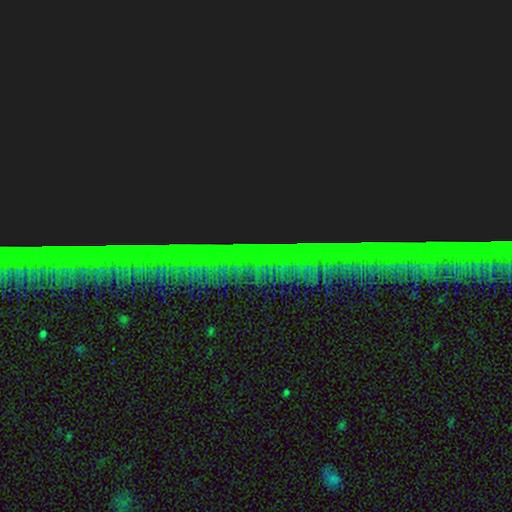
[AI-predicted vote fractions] This is clearly a star or artifact rather than a galaxy (87%).